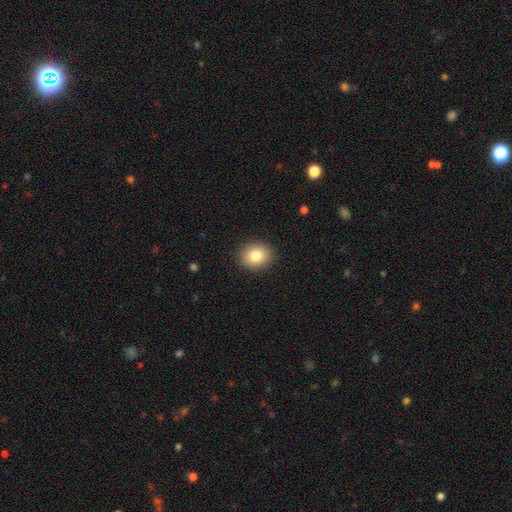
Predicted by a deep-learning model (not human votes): smooth_or_featured: smooth (p=0.82) [alt: star or artifact p=0.09]
how_rounded: round (p=0.60) [alt: in between p=0.39]
merging: none (p=0.90) [alt: minor disturbance p=0.07]